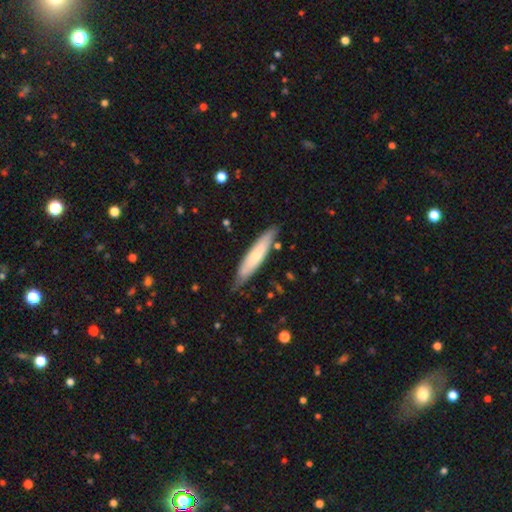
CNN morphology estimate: smooth-or-featured: smooth: 63% | featured or disk: 32% | star or artifact: 5%
  how-rounded: cigar-shaped: 82% | in between: 17% | round: 1%
  merging: none: 78% | minor disturbance: 17% | major disturbance: 3% | merger: 2%